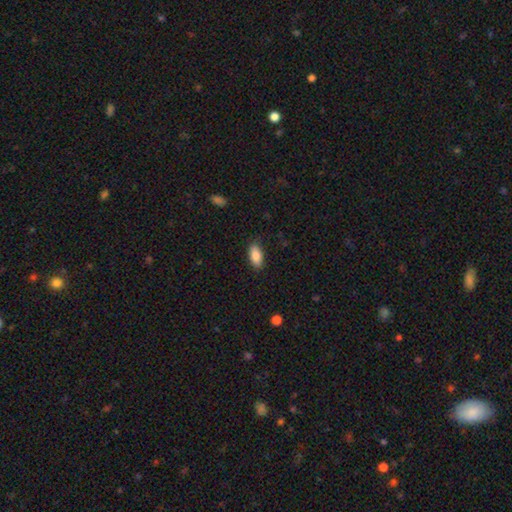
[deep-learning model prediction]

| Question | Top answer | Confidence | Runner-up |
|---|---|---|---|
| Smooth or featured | smooth | 86% | featured or disk (7%) |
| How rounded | in between | 88% | cigar-shaped (10%) |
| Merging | none | 85% | minor disturbance (11%) |